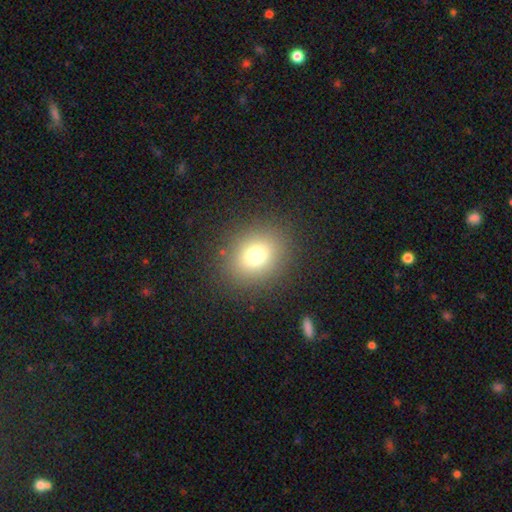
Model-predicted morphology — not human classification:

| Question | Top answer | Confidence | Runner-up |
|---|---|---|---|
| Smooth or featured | smooth | 74% | star or artifact (16%) |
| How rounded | round | 63% | in between (36%) |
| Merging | none | 87% | minor disturbance (8%) |